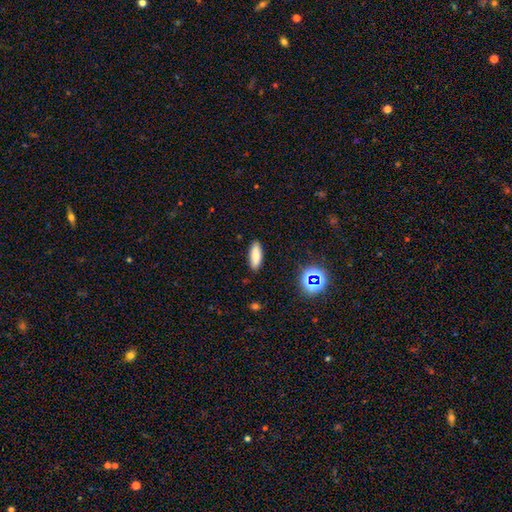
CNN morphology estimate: A smooth galaxy with no disk features (81%) that is in between round and cigar-shaped (65%).

Vote fractions:
- Smooth or featured? smooth: 81% / star or artifact: 10% / featured or disk: 9%
- How rounded? in between: 65% / cigar-shaped: 33% / round: 2%
- Merging? none: 88% / minor disturbance: 9% / major disturbance: 2% / merger: 1%